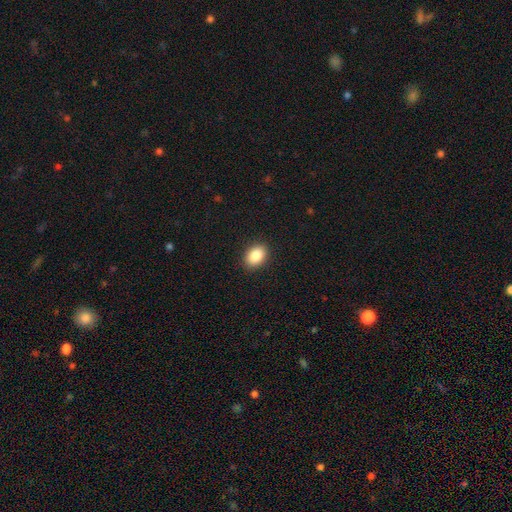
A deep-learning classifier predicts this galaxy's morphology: A smooth galaxy with no disk features (87%) that is in between round and cigar-shaped (80%). Merging: none (90%).